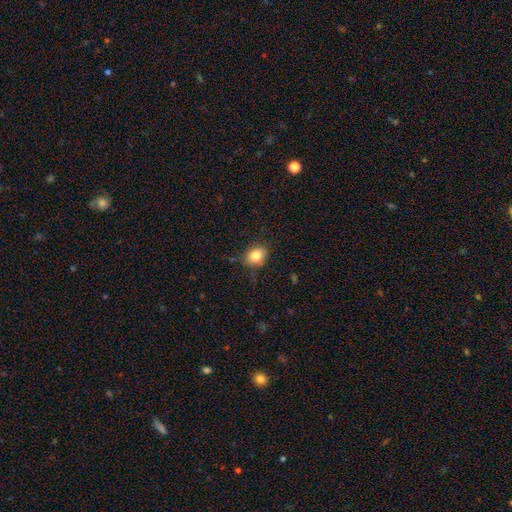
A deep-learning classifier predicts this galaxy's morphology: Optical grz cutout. It shows a smooth galaxy with no disk features (83%) that is in between round and cigar-shaped (59%). Merging: none (79%).